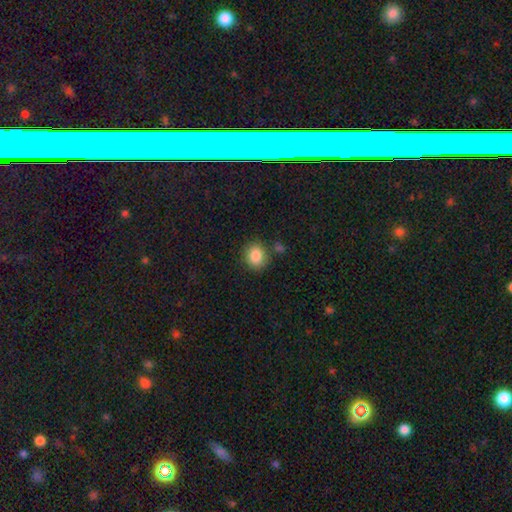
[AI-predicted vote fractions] smooth_or_featured: smooth (p=0.86) [alt: star or artifact p=0.09]
how_rounded: round (p=0.77) [alt: in between p=0.22]
merging: none (p=0.80) [alt: minor disturbance p=0.11]